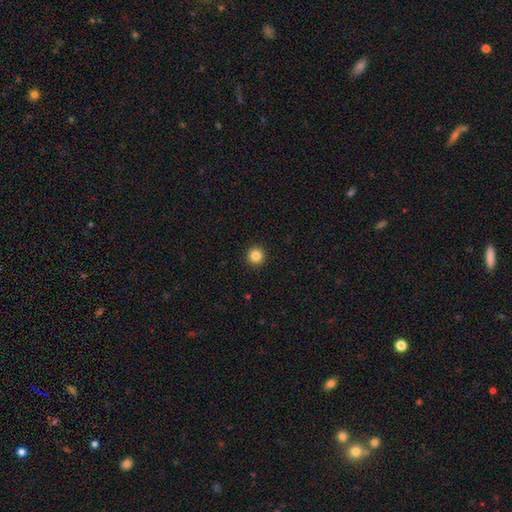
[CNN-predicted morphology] A smooth galaxy with no disk features (85%) that is round (95%). Merging: none (93%).